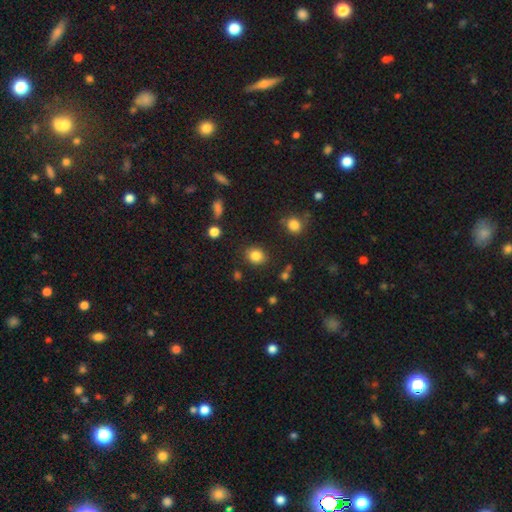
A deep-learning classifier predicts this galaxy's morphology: The model was most divided on "how rounded": round: 63%, in between: 36%, cigar-shaped: 1%. More confident: merging — none (85%); smooth or featured — smooth (84%).